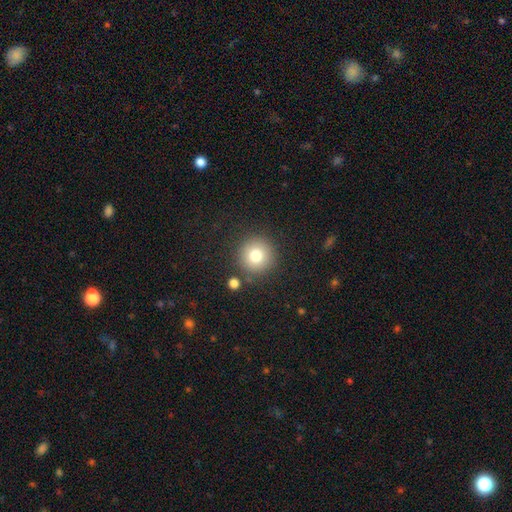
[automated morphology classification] A smooth galaxy with no disk features (77%) that is round (95%). Merging: none (86%).